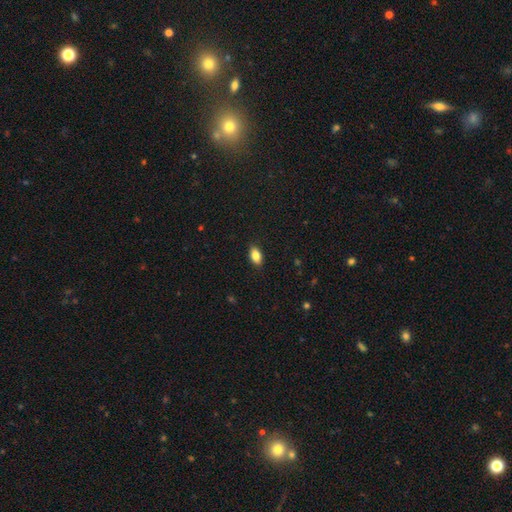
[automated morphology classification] Smooth or featured?
  - smooth: 84% *
  - star or artifact: 8%
  - featured or disk: 8%
How rounded?
  - in between: 90% *
  - round: 6%
  - cigar-shaped: 4%
Merging?
  - none: 88% *
  - minor disturbance: 9%
  - major disturbance: 2%
  - merger: 1%